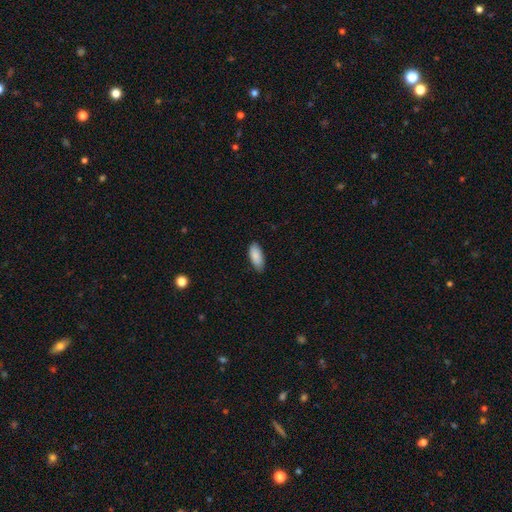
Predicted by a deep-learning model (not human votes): smooth 88%, featured or disk 6%, star or artifact 6%. Down the decision tree: how rounded — in between (85%); merging — none (83%).